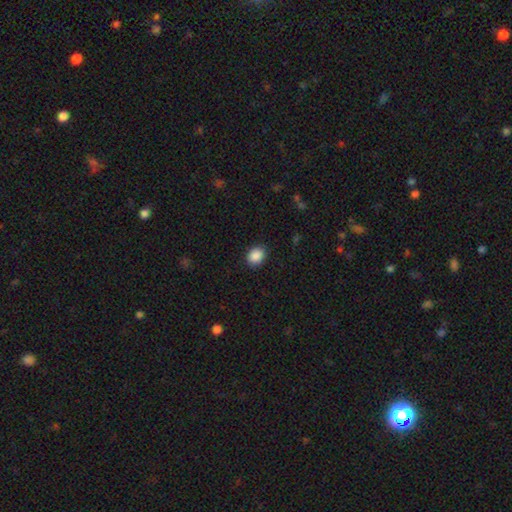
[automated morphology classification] Smooth or featured?
  - smooth: 89% *
  - star or artifact: 8%
  - featured or disk: 3%
How rounded?
  - round: 52% *
  - in between: 47%
  - cigar-shaped: 1%
Merging?
  - none: 88% *
  - minor disturbance: 9%
  - major disturbance: 2%
  - merger: 1%